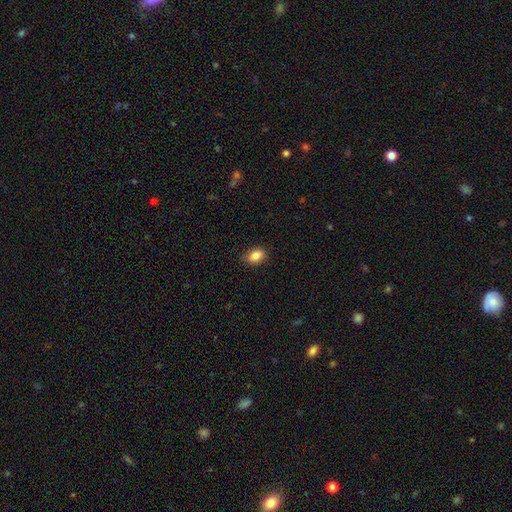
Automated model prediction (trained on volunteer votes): Smooth or featured: smooth — 87% (star or artifact — 9%)
How rounded: in between — 79% (round — 19%)
Merging: none — 83% (minor disturbance — 14%)